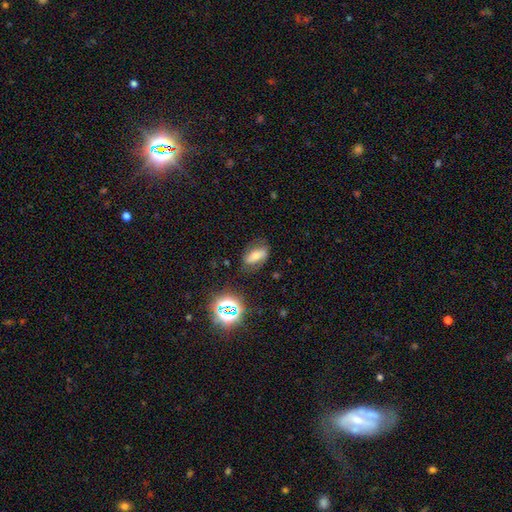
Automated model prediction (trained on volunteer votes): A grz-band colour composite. It shows a smooth galaxy with no disk features (45%). Merging: none (71%).